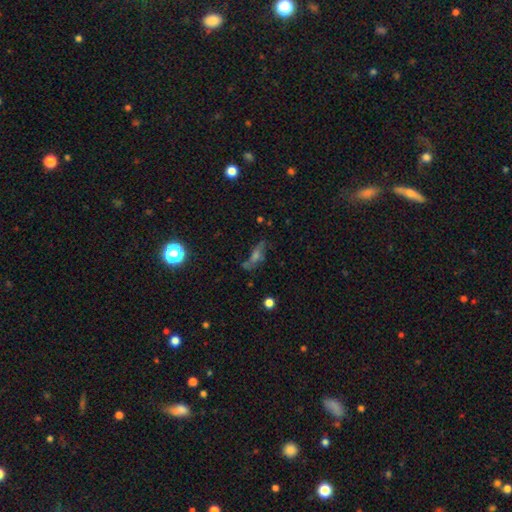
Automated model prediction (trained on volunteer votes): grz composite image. It shows a featured or disk galaxy (47%). Merging: none (60%).